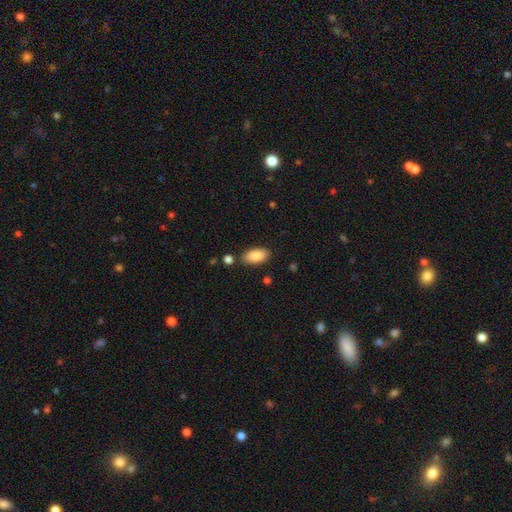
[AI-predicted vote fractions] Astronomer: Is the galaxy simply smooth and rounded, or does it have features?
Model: smooth — 88%.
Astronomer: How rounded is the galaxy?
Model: in between — 93%.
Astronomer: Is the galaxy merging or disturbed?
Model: none — 83%.